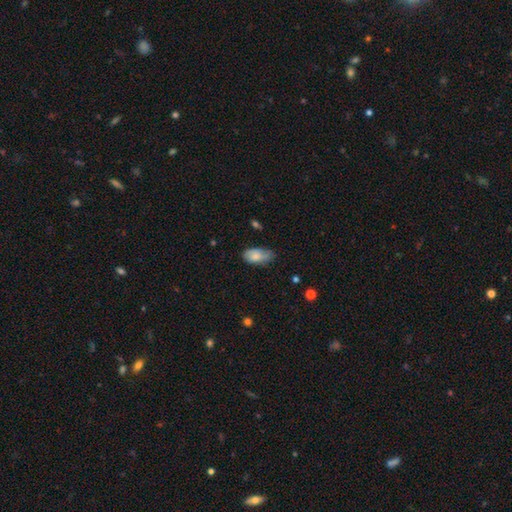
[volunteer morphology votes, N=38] Smooth or featured? 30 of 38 (79%) said smooth. How rounded? 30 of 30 (100%) said in between. Merging? 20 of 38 (53%) said none.